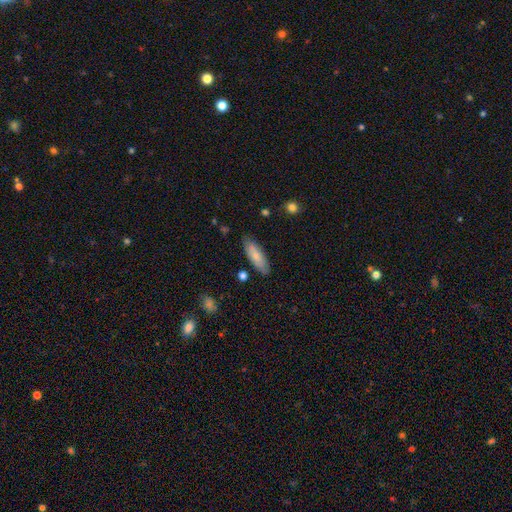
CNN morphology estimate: type=smooth (80%); roundness=in between (55%); merging=none (84%).